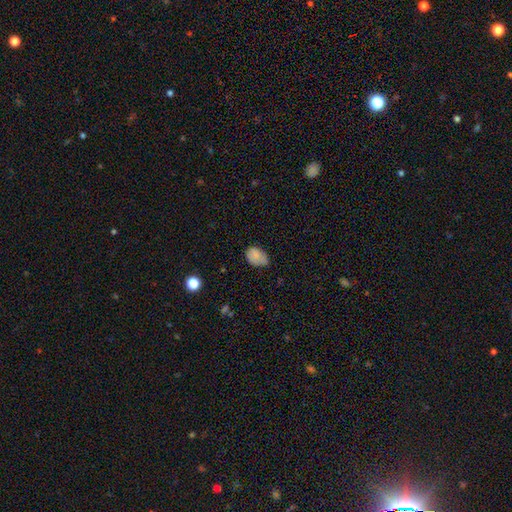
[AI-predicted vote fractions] Smooth or featured? smooth (79%)
How rounded? in between (76%)
Merging? none (47%)